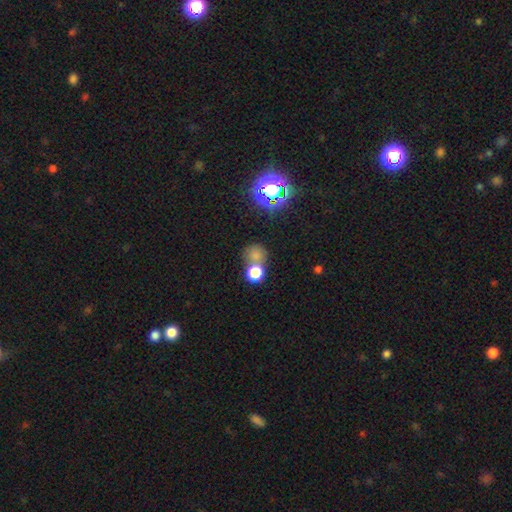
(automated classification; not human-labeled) Overall: smooth (68%). How rounded: round (80%). Merging: none (49%; merger 35%).